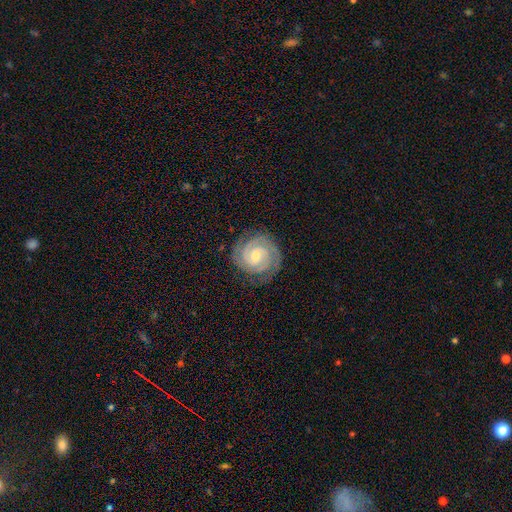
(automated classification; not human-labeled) Smooth or featured? Predicted: featured or disk (p=0.89). Edge-on disk? Predicted: no (p=0.98). Bar? Predicted: weak (p=0.47). Spiral arms? Predicted: yes (p=0.98). Spiral winding? Predicted: tight (p=0.76). Spiral arm count? Predicted: 2 (p=0.61). Bulge size? Predicted: small (p=0.55). Merging? Predicted: none (p=0.82).